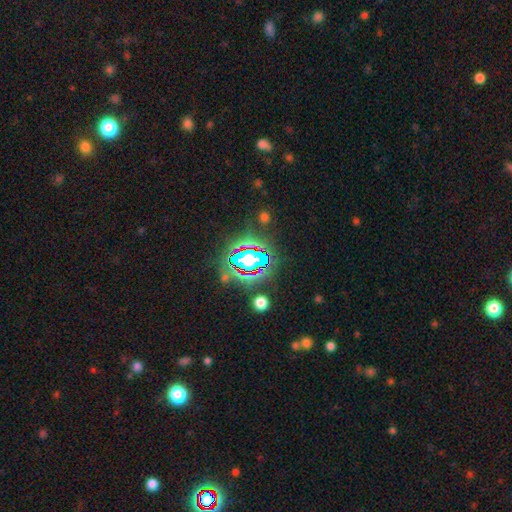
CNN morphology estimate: Smooth or featured? Predicted: star or artifact (p=0.69).